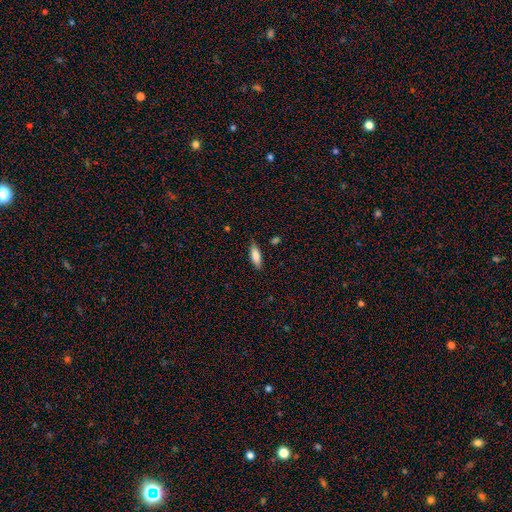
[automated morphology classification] smooth_or_featured: smooth (p=0.83) [alt: featured or disk p=0.11]
how_rounded: in between (p=0.64) [alt: cigar-shaped p=0.34]
merging: none (p=0.83) [alt: minor disturbance p=0.13]